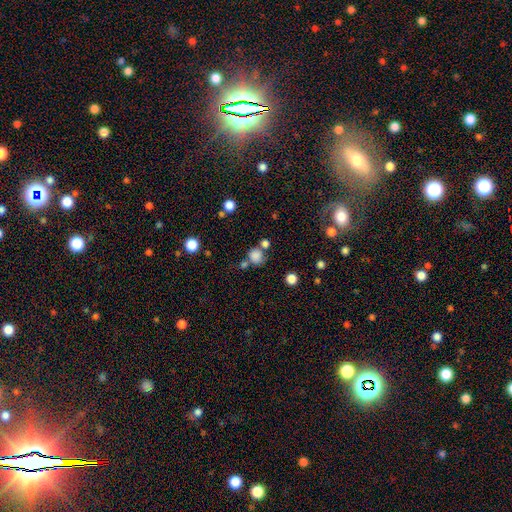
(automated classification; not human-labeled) Overall: smooth (81%). How rounded: round (86%). Merging: none (60%; merger 21%).